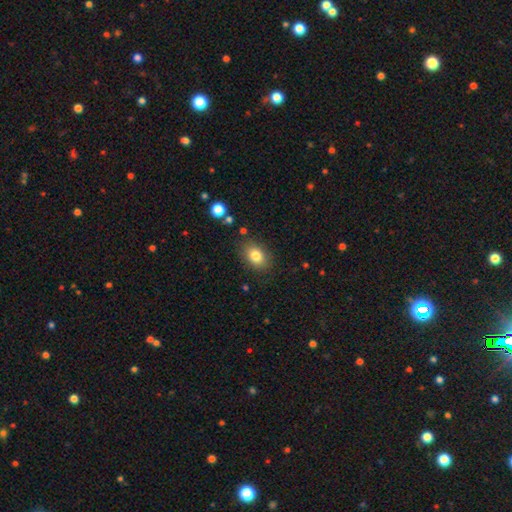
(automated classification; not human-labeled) smooth_or_featured: smooth (p=0.82) [alt: star or artifact p=0.10]
how_rounded: in between (p=0.74) [alt: round p=0.25]
merging: none (p=0.83) [alt: minor disturbance p=0.11]